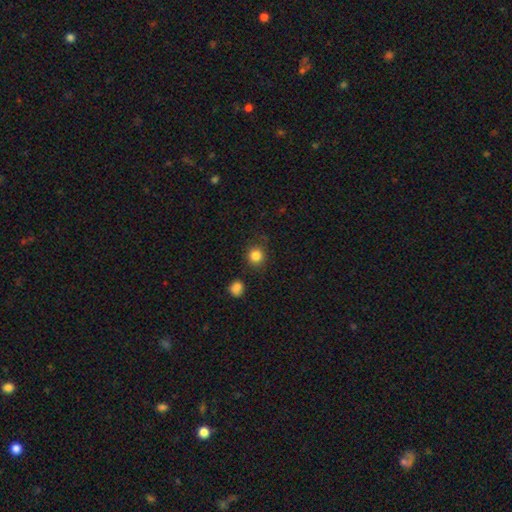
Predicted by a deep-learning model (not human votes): Smooth or featured? smooth (84%)
How rounded? round (92%)
Merging? none (83%)